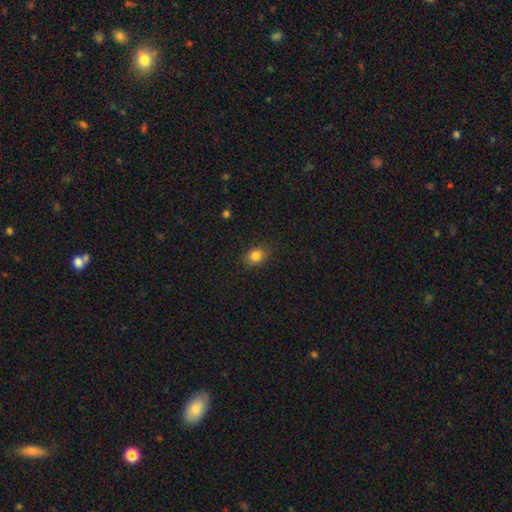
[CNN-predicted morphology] smooth-or-featured: smooth: 82% | star or artifact: 11% | featured or disk: 7%
  how-rounded: in between: 54% | round: 45% | cigar-shaped: 1%
  merging: none: 86% | minor disturbance: 11% | major disturbance: 2% | merger: 1%